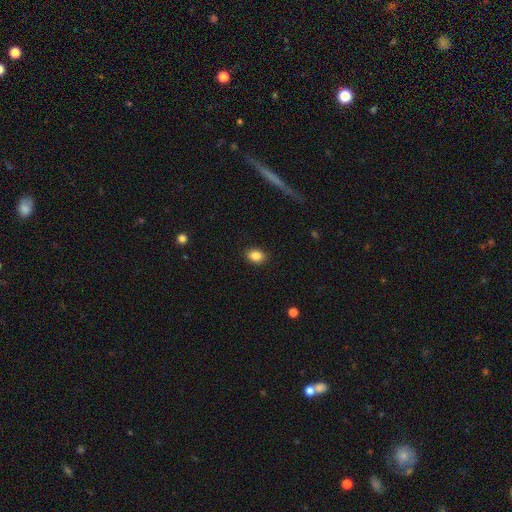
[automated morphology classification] Smooth or featured?
  - smooth: 86% *
  - star or artifact: 9%
  - featured or disk: 5%
How rounded?
  - in between: 71% *
  - round: 28%
  - cigar-shaped: 1%
Merging?
  - none: 89% *
  - minor disturbance: 8%
  - major disturbance: 2%
  - merger: 1%